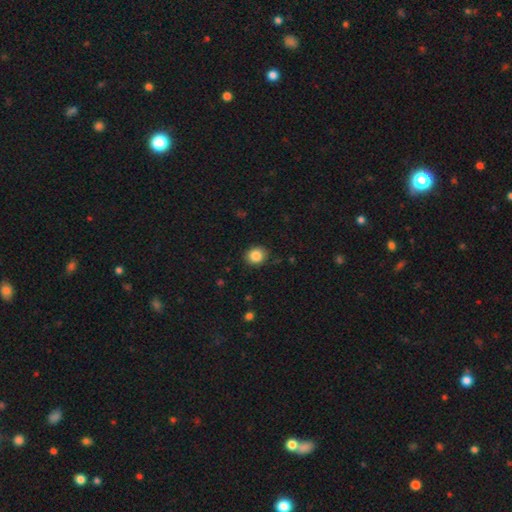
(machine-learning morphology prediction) Smooth or featured? Predicted: smooth (p=0.85). How rounded? Predicted: round (p=0.73). Merging? Predicted: none (p=0.89).